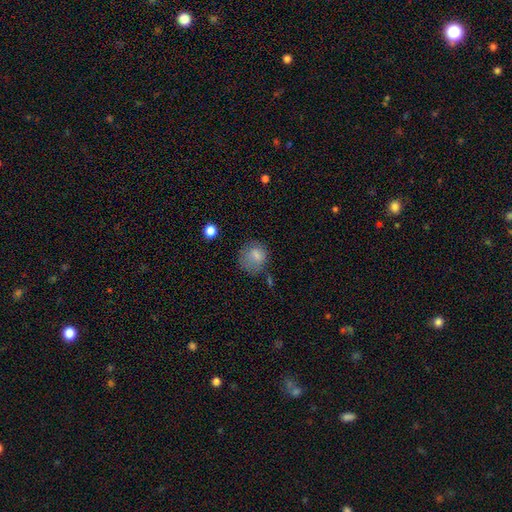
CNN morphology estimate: smooth-or-featured: smooth: 77% | featured or disk: 13% | star or artifact: 10%
  how-rounded: round: 70% | in between: 29% | cigar-shaped: 1%
  merging: none: 51% | minor disturbance: 27% | major disturbance: 18% | merger: 4%